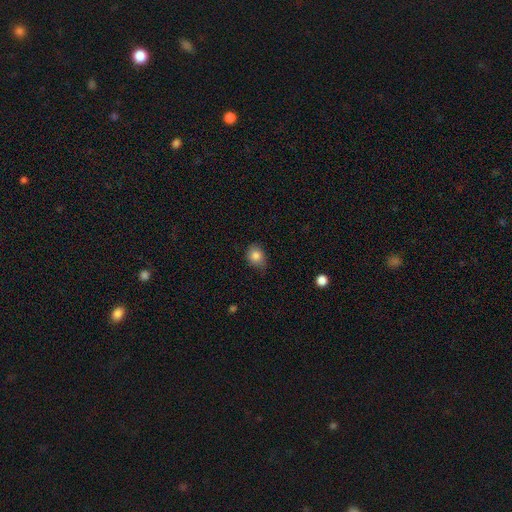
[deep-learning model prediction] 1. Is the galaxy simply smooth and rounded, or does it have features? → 83% smooth, 10% star or artifact, 7% featured or disk.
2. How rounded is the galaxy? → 59% round, 40% in between, 1% cigar-shaped.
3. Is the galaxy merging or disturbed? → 69% none, 25% minor disturbance, 4% major disturbance, 1% merger.